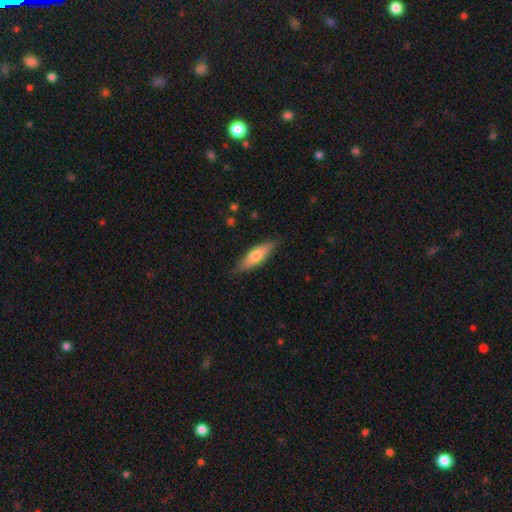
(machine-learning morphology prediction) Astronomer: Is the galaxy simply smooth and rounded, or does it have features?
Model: smooth — 60%.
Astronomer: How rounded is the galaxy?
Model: cigar-shaped — 56% (runner-up: in between, 42%).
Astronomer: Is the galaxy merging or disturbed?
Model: none — 85%.